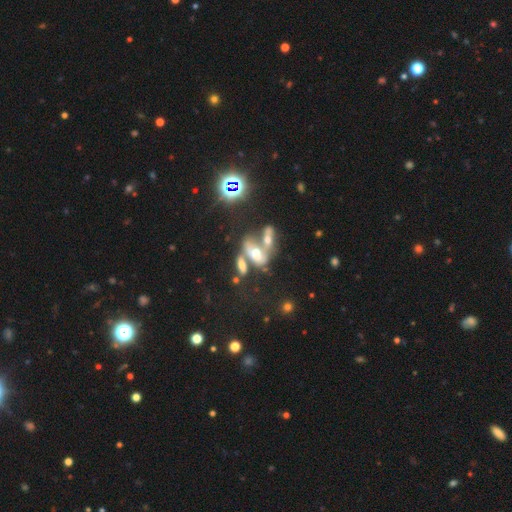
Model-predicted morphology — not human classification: featured or disk 50%, smooth 28%, star or artifact 21%. Down the decision tree: edge-on disk — no (72%); merging — merger (54%).